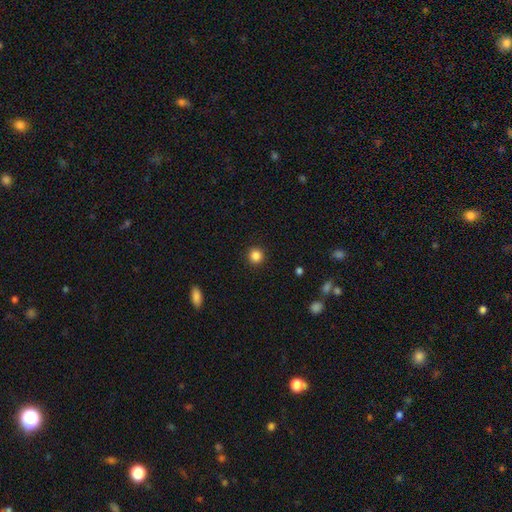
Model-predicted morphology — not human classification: Smooth or featured? smooth (86%)
How rounded? round (94%)
Merging? none (92%)